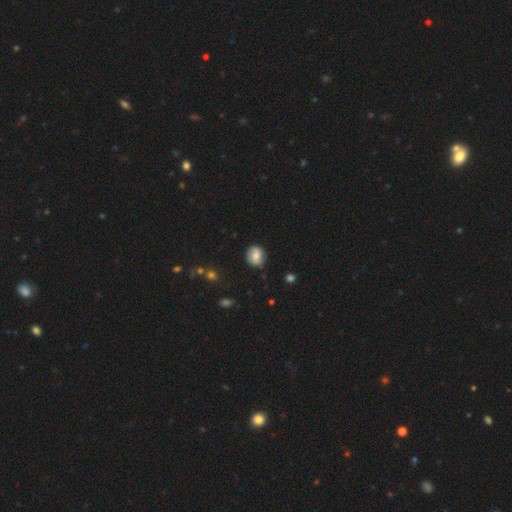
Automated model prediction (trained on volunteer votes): Smooth or featured? smooth (71%)
How rounded? round (75%)
Merging? none (80%)